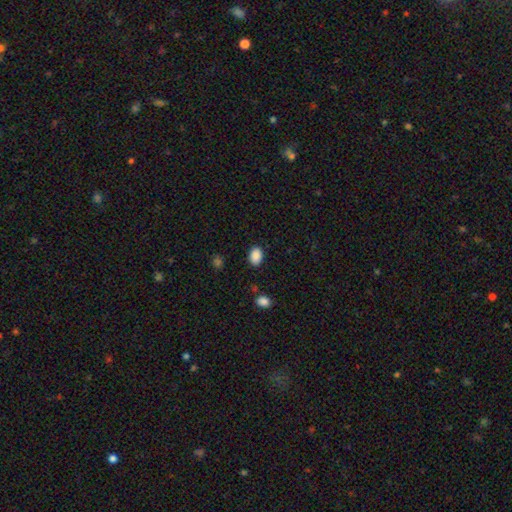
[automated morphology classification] type=smooth (89%); roundness=in between (84%); merging=none (87%).